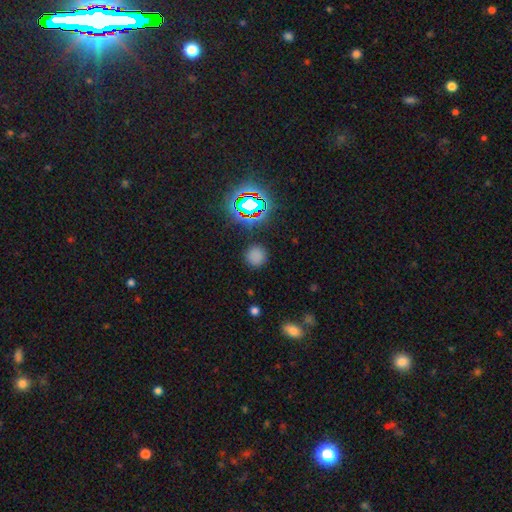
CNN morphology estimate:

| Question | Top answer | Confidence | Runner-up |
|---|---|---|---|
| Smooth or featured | smooth | 71% | star or artifact (23%) |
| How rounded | round | 93% | in between (6%) |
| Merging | none | 87% | minor disturbance (8%) |